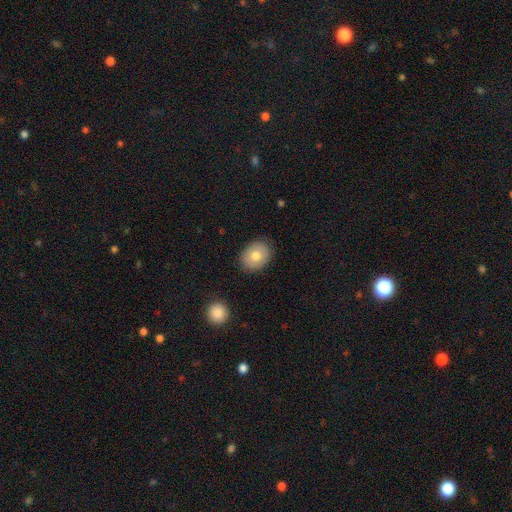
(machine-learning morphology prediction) smooth-or-featured: smooth: 75% | featured or disk: 17% | star or artifact: 8%
  how-rounded: round: 51% | in between: 48% | cigar-shaped: 1%
  merging: none: 87% | minor disturbance: 10% | major disturbance: 2% | merger: 1%